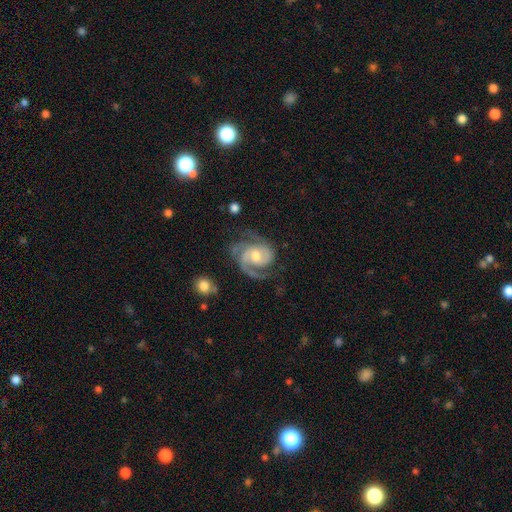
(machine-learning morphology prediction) Q: Smooth or featured?
A: featured or disk (90%); runner-up: smooth (6%)
Q: Edge-on disk?
A: no (98%); runner-up: yes (2%)
Q: Bar?
A: no (56%); runner-up: weak (36%)
Q: Spiral arms?
A: yes (98%); runner-up: no (2%)
Q: Spiral winding?
A: medium (49%); runner-up: tight (38%)
Q: Spiral arm count?
A: 2 (58%); runner-up: 3 (22%)
Q: Bulge size?
A: moderate (67%); runner-up: small (24%)
Q: Merging?
A: none (62%); runner-up: minor disturbance (20%)